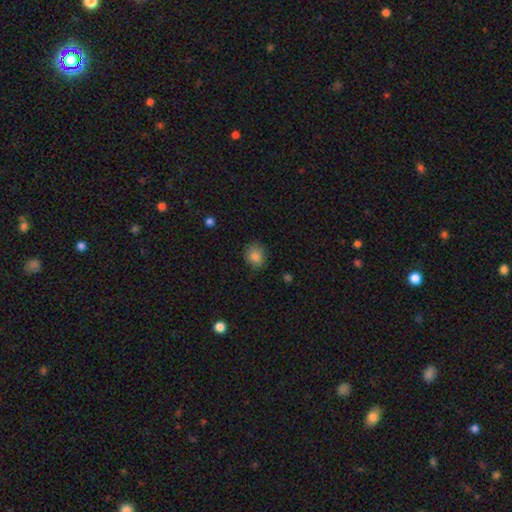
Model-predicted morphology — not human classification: smooth 85%, star or artifact 10%, featured or disk 5%. Down the decision tree: how rounded — round (66%); merging — none (81%).